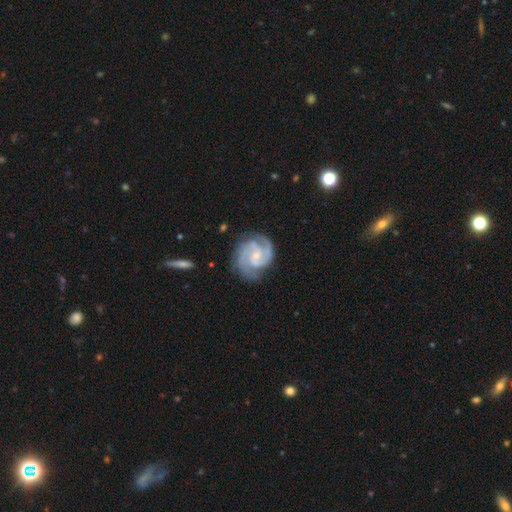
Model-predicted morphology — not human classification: featured or disk 92%, smooth 5%, star or artifact 4%. Down the decision tree: edge-on disk — no (98%); bar — no (49%); spiral arms — yes (98%); spiral arm count — 2 (62%); spiral winding — tight (50%); bulge size — small (72%); merging — none (77%).